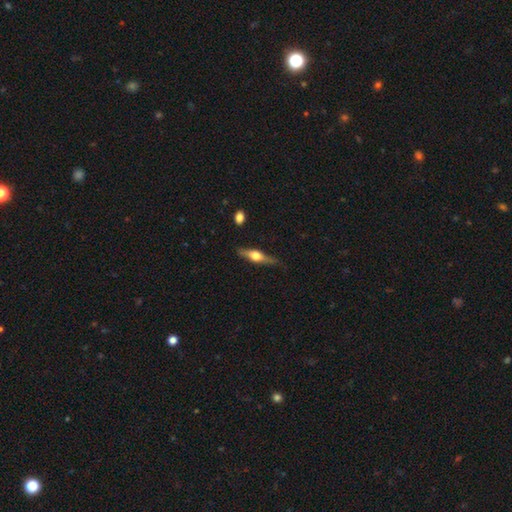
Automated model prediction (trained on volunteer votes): Overall: featured or disk (63%; smooth 32%). Edge-on disk: yes (95%). Edge-on bulge: rounded (94%). Merging: none (81%).